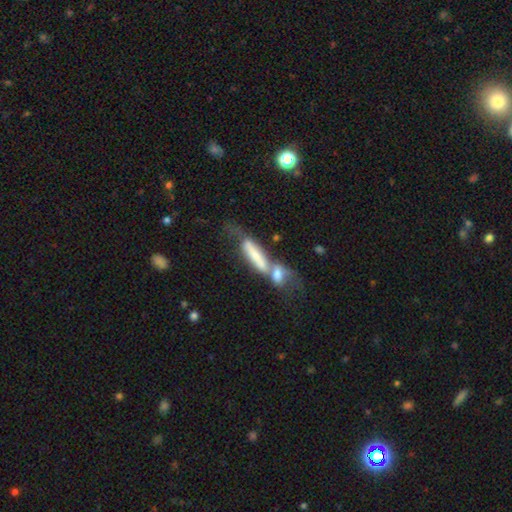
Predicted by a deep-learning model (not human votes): Smooth or featured? Predicted: smooth (p=0.47). Merging? Predicted: merger (p=0.62).